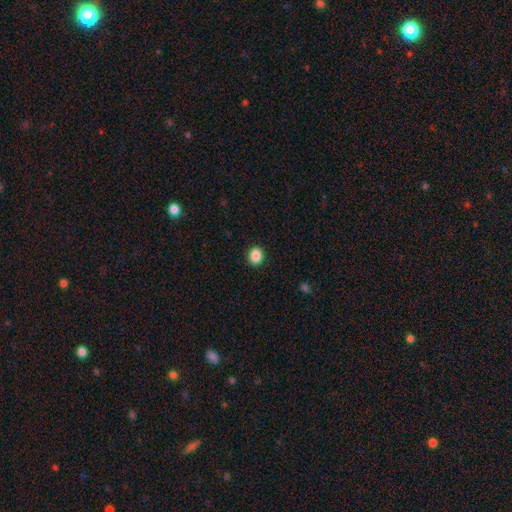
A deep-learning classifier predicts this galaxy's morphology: Smooth or featured?
  - smooth: 87% *
  - star or artifact: 10%
  - featured or disk: 3%
How rounded?
  - round: 69% *
  - in between: 30%
  - cigar-shaped: 1%
Merging?
  - none: 91% *
  - minor disturbance: 6%
  - major disturbance: 2%
  - merger: 1%